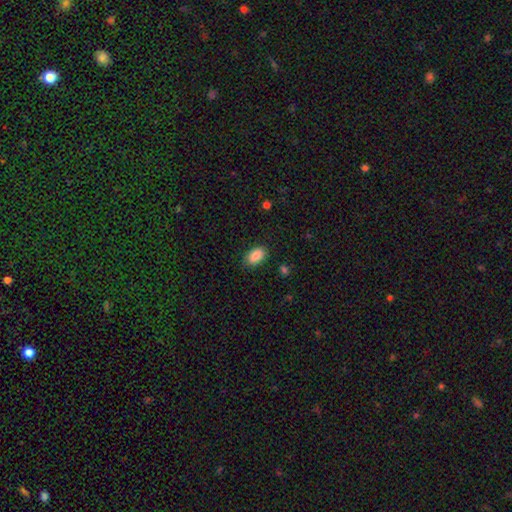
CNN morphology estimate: Overall: smooth (88%). How rounded: in between (91%). Merging: none (86%).